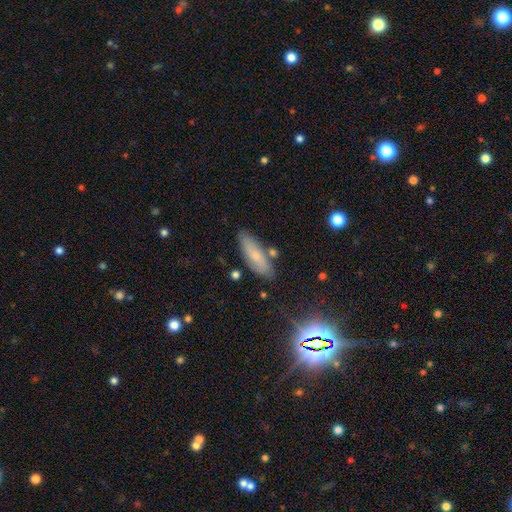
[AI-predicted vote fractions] smooth_or_featured: smooth (p=0.67) [alt: featured or disk p=0.22]
how_rounded: in between (p=0.49) [alt: cigar-shaped p=0.48]
merging: none (p=0.78) [alt: minor disturbance p=0.14]